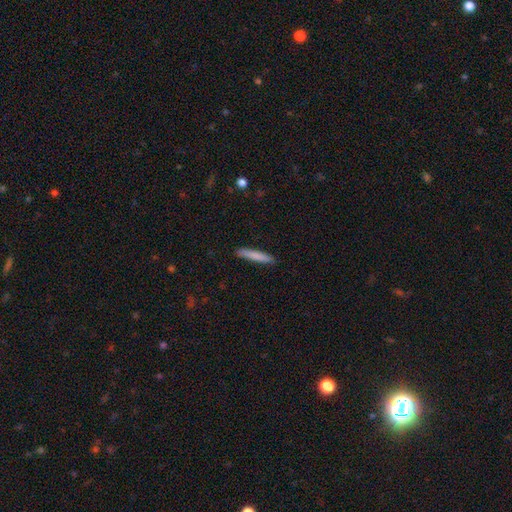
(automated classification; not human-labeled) This appears to be a smooth galaxy with no disk features (81%) that is cigar-shaped (94%). Merging: none (90%).